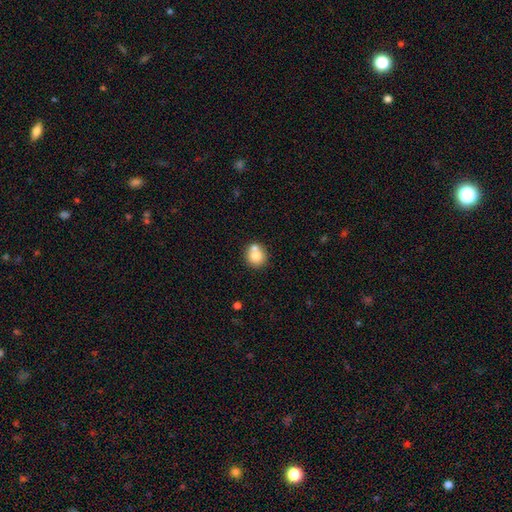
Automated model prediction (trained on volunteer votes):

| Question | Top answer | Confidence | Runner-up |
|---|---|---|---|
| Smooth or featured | smooth | 75% | featured or disk (15%) |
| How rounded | round | 90% | in between (10%) |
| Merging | none | 56% | merger (33%) |